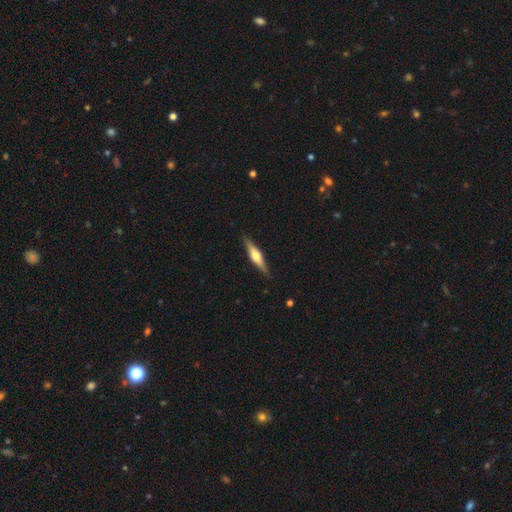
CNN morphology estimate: Smooth or featured: featured or disk — 60% (smooth — 34%)
Edge-on disk: yes — 96% (no — 4%)
Edge-on bulge: rounded — 89% (boxy — 7%)
Merging: none — 88% (minor disturbance — 9%)